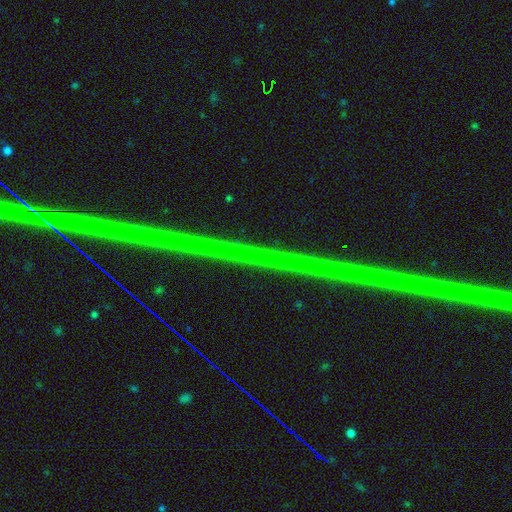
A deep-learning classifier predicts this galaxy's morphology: Smooth or featured? Predicted: star or artifact (p=0.86).